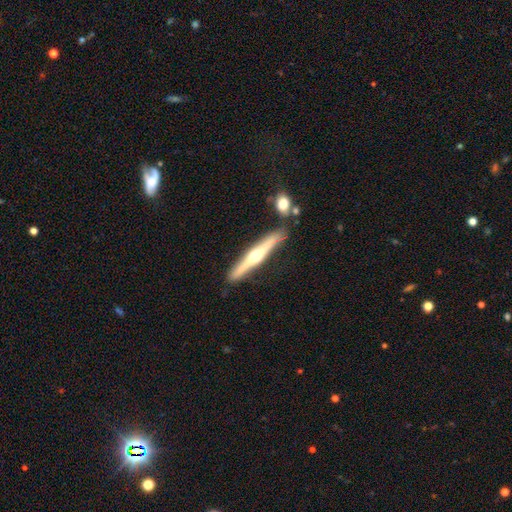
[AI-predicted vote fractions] Smooth or featured: featured or disk — 74% (smooth — 21%)
Edge-on disk: yes — 97% (no — 3%)
Edge-on bulge: rounded — 93% (none — 4%)
Merging: none — 83% (minor disturbance — 9%)